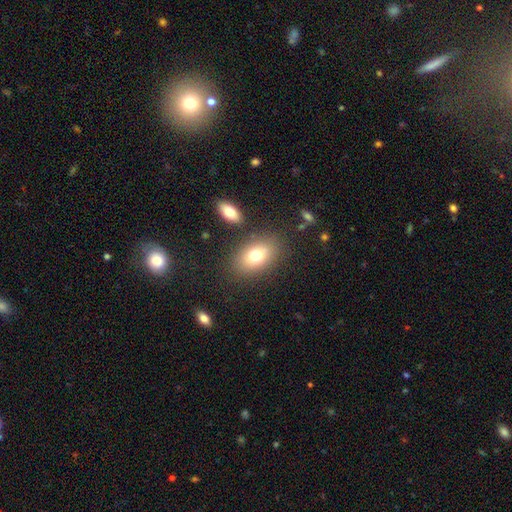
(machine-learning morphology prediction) Smooth or featured? Predicted: smooth (p=0.74). How rounded? Predicted: in between (p=0.84). Merging? Predicted: none (p=0.79).